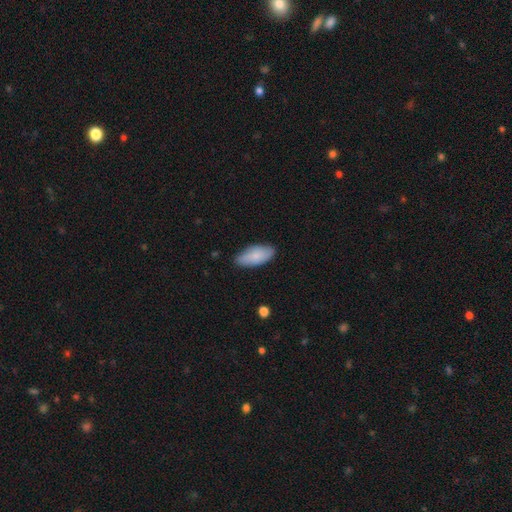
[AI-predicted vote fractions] smooth 78%, featured or disk 16%, star or artifact 6%. Down the decision tree: how rounded — in between (89%); merging — none (80%).